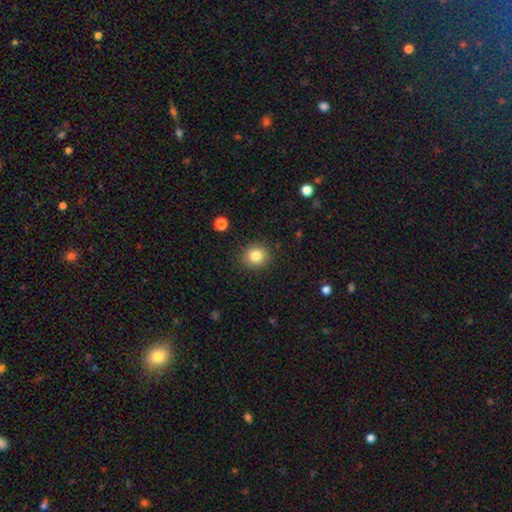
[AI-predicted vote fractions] smooth-or-featured: smooth: 83% | star or artifact: 10% | featured or disk: 7%
  how-rounded: round: 80% | in between: 20% | cigar-shaped: 1%
  merging: none: 89% | minor disturbance: 8% | major disturbance: 2% | merger: 1%